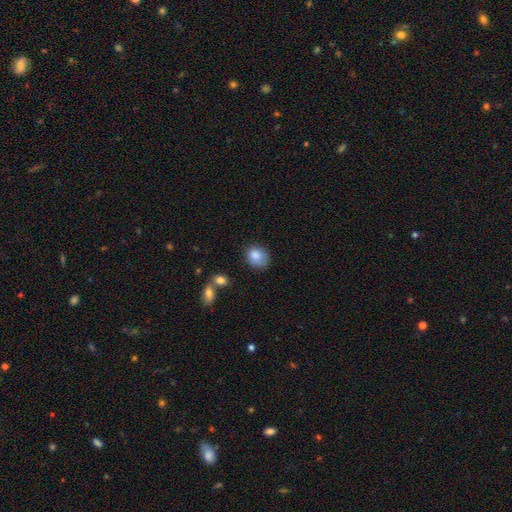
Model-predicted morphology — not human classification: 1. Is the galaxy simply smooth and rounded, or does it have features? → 85% smooth, 8% star or artifact, 7% featured or disk.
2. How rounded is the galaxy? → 58% round, 41% in between, 1% cigar-shaped.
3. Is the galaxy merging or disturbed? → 64% none, 25% minor disturbance, 7% major disturbance, 5% merger.